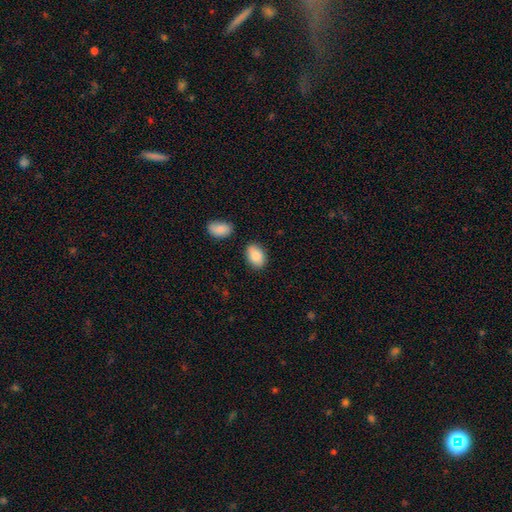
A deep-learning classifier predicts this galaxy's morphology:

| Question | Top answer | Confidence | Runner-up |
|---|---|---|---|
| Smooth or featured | smooth | 86% | featured or disk (7%) |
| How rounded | in between | 89% | round (10%) |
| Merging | none | 82% | minor disturbance (11%) |